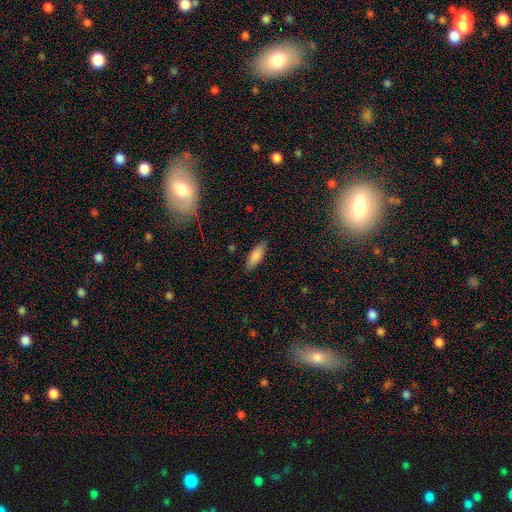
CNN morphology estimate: type=smooth (86%); roundness=in between (63%); merging=none (87%).